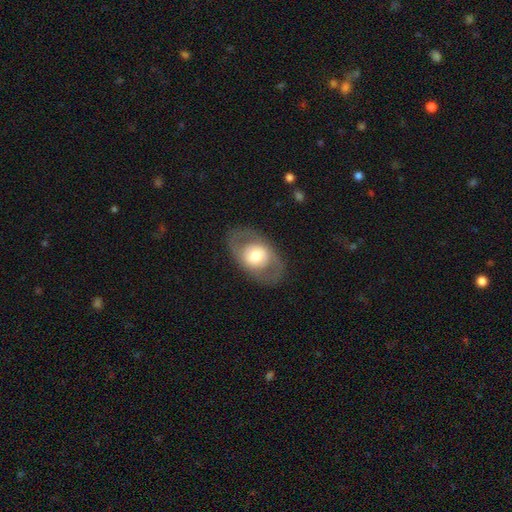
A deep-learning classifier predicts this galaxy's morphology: type=featured or disk (51%); edge-on=no (90%); merging=none (80%).